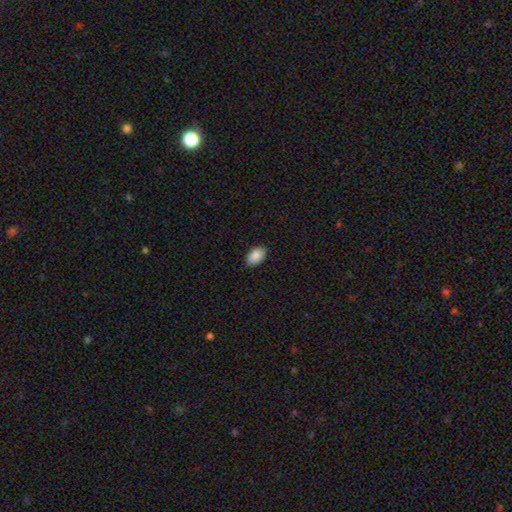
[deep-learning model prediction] smooth-or-featured: smooth: 90% | star or artifact: 7% | featured or disk: 3%
  how-rounded: in between: 93% | round: 6% | cigar-shaped: 1%
  merging: none: 88% | minor disturbance: 9% | major disturbance: 2% | merger: 1%